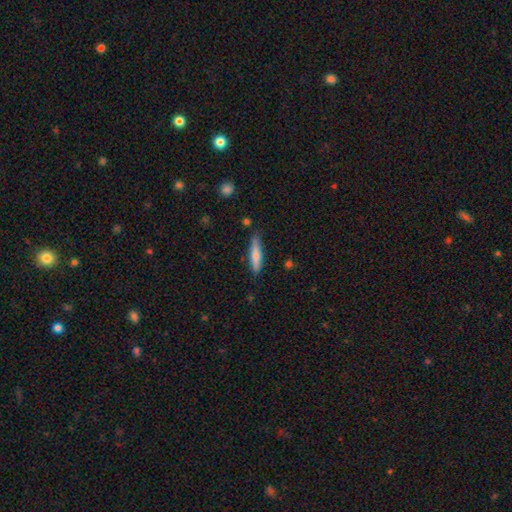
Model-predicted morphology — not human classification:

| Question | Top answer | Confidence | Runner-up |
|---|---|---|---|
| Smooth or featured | smooth | 73% | featured or disk (21%) |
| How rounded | cigar-shaped | 85% | in between (14%) |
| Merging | none | 80% | minor disturbance (15%) |